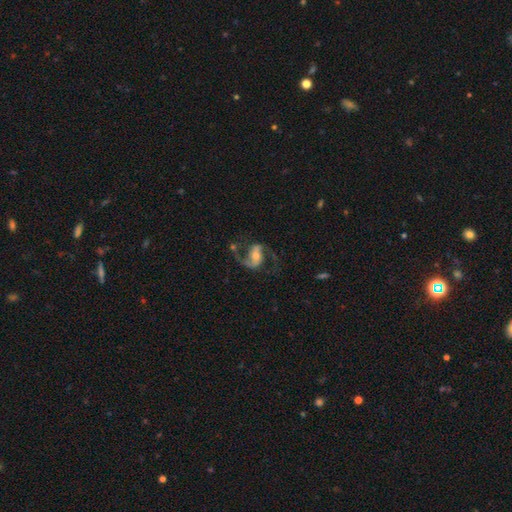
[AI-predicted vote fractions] Morphology: type=featured or disk (87%); edge-on=no (97%); bar=weak (39%); spiral arms=yes (96%); winding=loose (50%); arm count=2 (91%); bulge=moderate (55%); merging=none (68%).